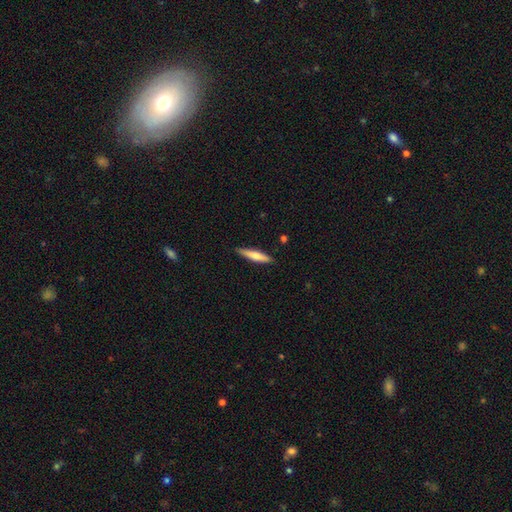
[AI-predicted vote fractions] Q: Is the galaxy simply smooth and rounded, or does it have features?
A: smooth — 66%.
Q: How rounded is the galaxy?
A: cigar-shaped — 84%.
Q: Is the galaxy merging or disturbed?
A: none — 88%.